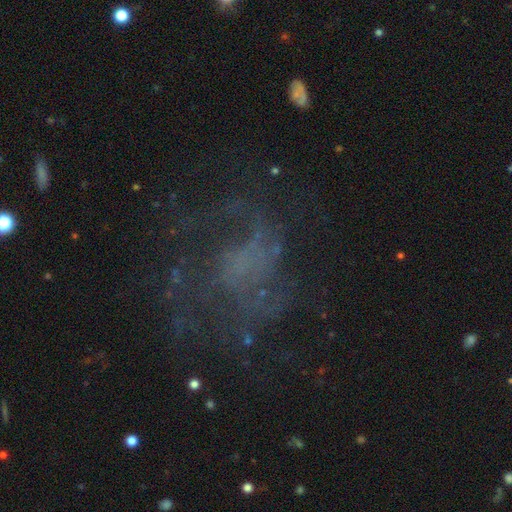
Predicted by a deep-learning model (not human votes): Smooth or featured: featured or disk — 61% (star or artifact — 22%)
Edge-on disk: no — 97% (yes — 3%)
Bar: no — 77% (weak — 20%)
Spiral arms: yes — 61% (no — 39%)
Bulge size: none — 60% (small — 23%)
Merging: none — 52% (major disturbance — 30%)